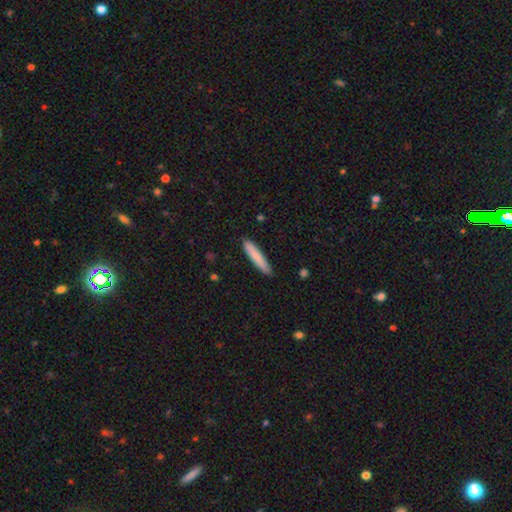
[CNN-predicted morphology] Smooth or featured? smooth (83%)
How rounded? cigar-shaped (90%)
Merging? none (88%)